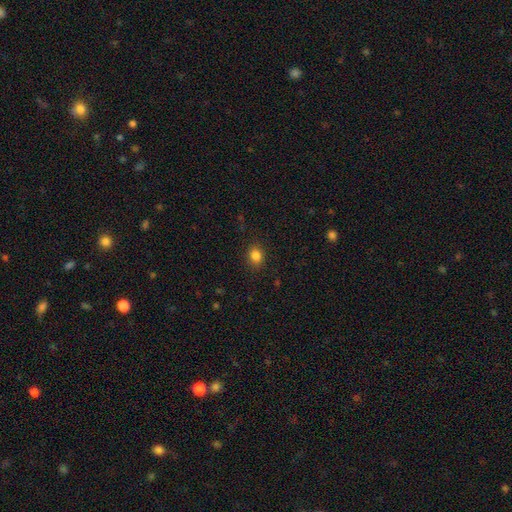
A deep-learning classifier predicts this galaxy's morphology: A smooth galaxy with no disk features (84%) that is round (61%).

Vote fractions:
- Smooth or featured? smooth: 84% / star or artifact: 11% / featured or disk: 5%
- How rounded? round: 61% / in between: 38% / cigar-shaped: 1%
- Merging? none: 88% / minor disturbance: 9% / major disturbance: 3% / merger: 1%